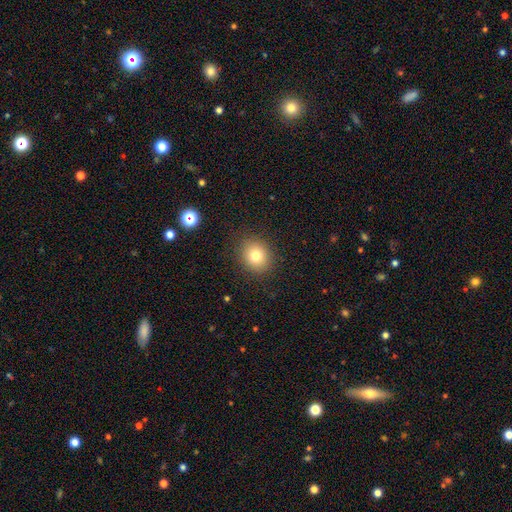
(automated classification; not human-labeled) Smooth or featured? Predicted: smooth (p=0.79). How rounded? Predicted: round (p=0.72). Merging? Predicted: none (p=0.89).